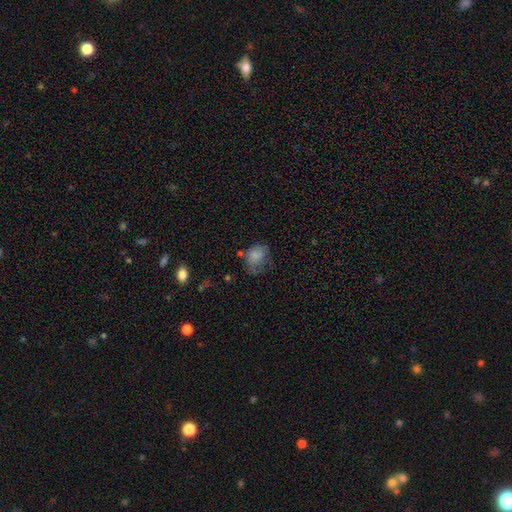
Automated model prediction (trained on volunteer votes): This appears to be a smooth galaxy with no disk features (79%) that is in between round and cigar-shaped (61%). Merging: none (45%).